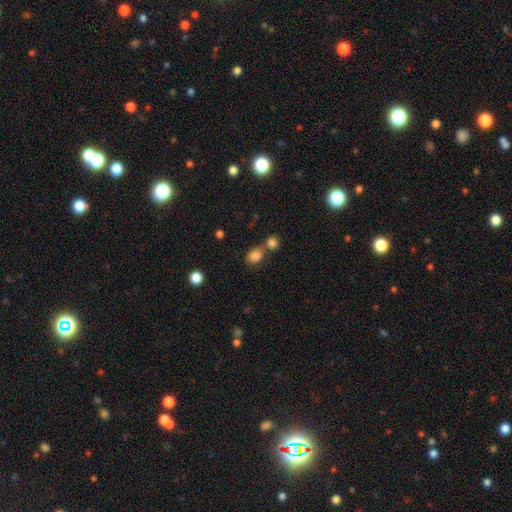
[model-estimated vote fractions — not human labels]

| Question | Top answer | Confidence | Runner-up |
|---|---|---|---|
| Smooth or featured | smooth | 84% | star or artifact (11%) |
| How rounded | in between | 53% | round (45%) |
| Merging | none | 51% | merger (34%) |